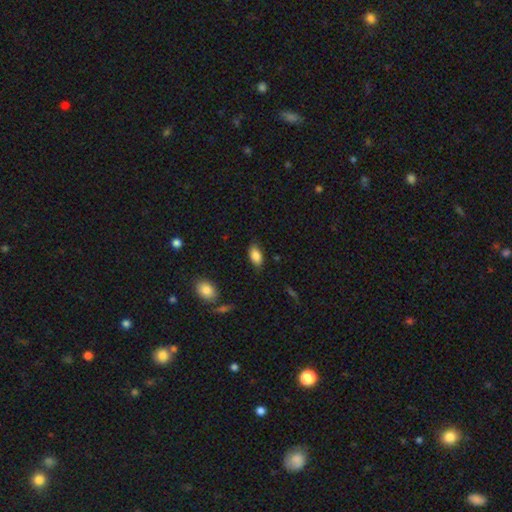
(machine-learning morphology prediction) A smooth galaxy with no disk features (86%) that is in between round and cigar-shaped (92%).

Vote fractions:
- Smooth or featured? smooth: 86% / star or artifact: 7% / featured or disk: 6%
- How rounded? in between: 92% / round: 4% / cigar-shaped: 4%
- Merging? none: 81% / minor disturbance: 15% / major disturbance: 3% / merger: 1%